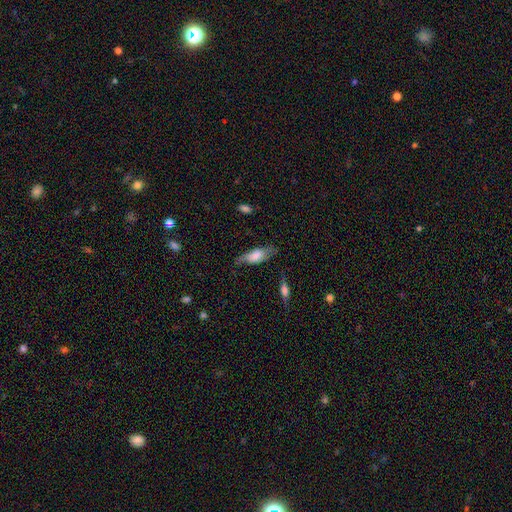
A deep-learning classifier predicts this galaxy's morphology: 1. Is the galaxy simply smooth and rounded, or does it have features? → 60% smooth, 33% featured or disk, 7% star or artifact.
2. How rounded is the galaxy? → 70% in between, 27% cigar-shaped, 3% round.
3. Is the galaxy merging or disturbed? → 57% none, 30% minor disturbance, 11% major disturbance, 3% merger.